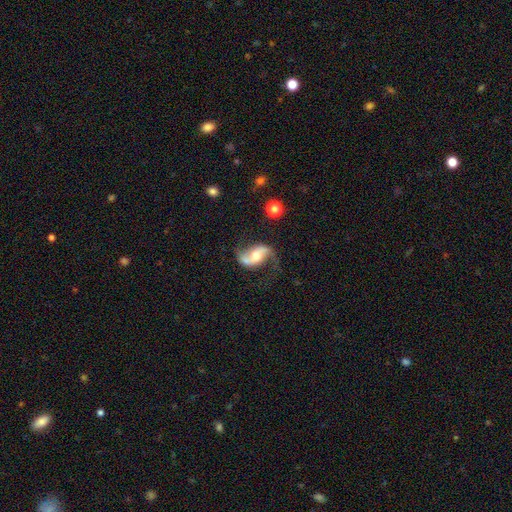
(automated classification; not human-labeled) smooth_or_featured: featured or disk (p=0.84) [alt: smooth p=0.10]
disk_edge_on: no (p=0.96) [alt: yes p=0.04]
bar: no (p=0.40) [alt: weak p=0.35]
has_spiral_arms: yes (p=0.95) [alt: no p=0.05]
spiral_winding: loose (p=0.71) [alt: medium p=0.23]
spiral_arm_count: 2 (p=0.92) [alt: 1 p=0.03]
bulge_size: moderate (p=0.64) [alt: small p=0.24]
merging: none (p=0.66) [alt: minor disturbance p=0.18]